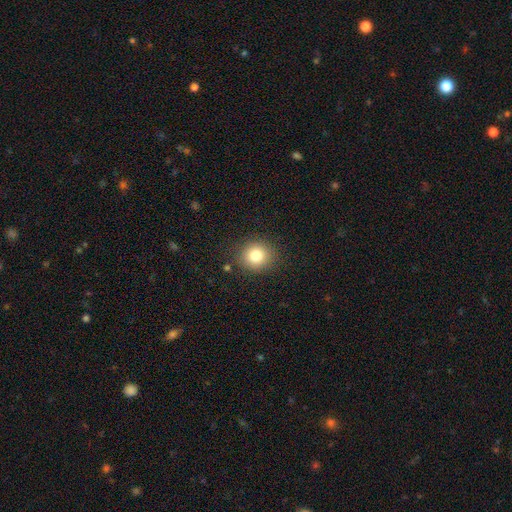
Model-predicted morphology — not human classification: Smooth or featured?
  - smooth: 81% *
  - star or artifact: 12%
  - featured or disk: 8%
How rounded?
  - round: 85% *
  - in between: 14%
  - cigar-shaped: 1%
Merging?
  - none: 87% *
  - minor disturbance: 8%
  - major disturbance: 3%
  - merger: 2%